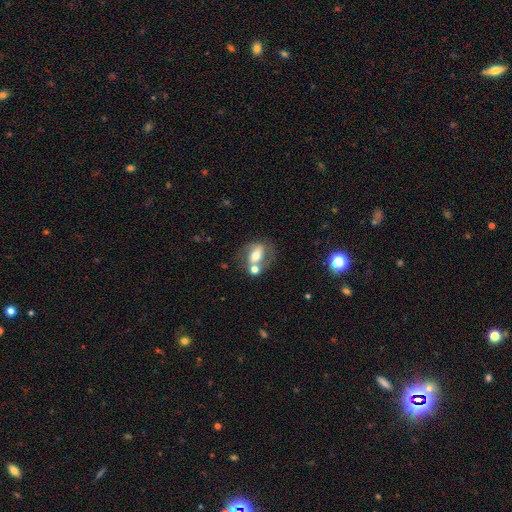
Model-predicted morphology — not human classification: Smooth or featured? Predicted: featured or disk (p=0.47). Merging? Predicted: none (p=0.45).